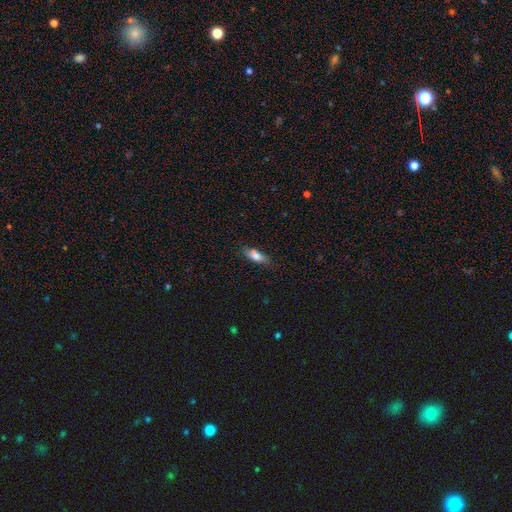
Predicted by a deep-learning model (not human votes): The model was most divided on "how rounded": in between: 66%, cigar-shaped: 31%, round: 3%. More confident: smooth or featured — smooth (78%); merging — none (70%).